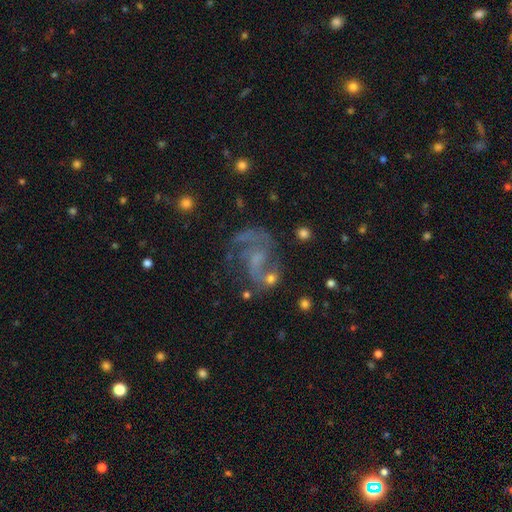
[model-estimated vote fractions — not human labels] Smooth or featured? featured or disk (75%)
Edge-on disk? no (98%)
Bar? no (49%)
Spiral arms? yes (87%)
Spiral winding? medium (45%)
Spiral arm count? 2 (69%)
Bulge size? small (39%)
Merging? none (46%)